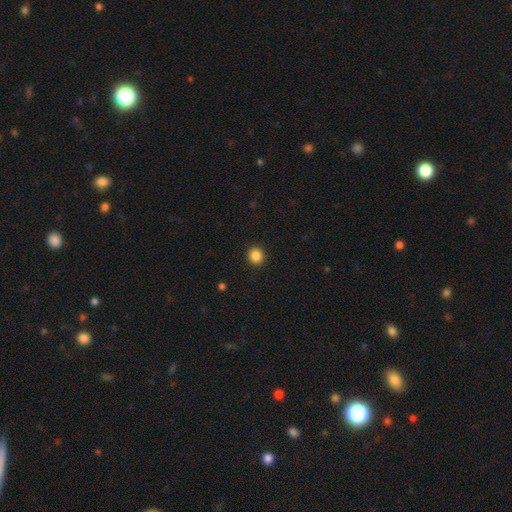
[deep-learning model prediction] Morphology: type=smooth (86%); roundness=round (90%); merging=none (93%).